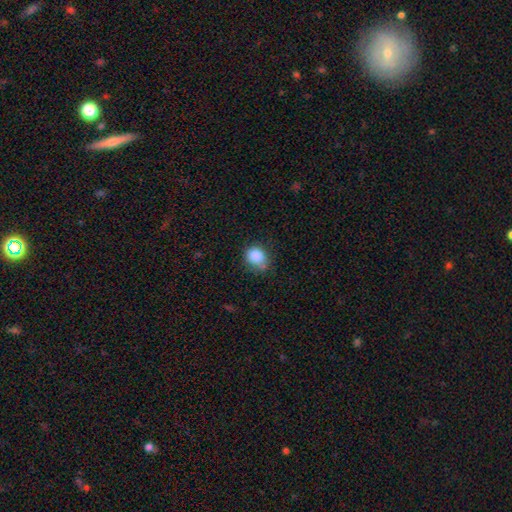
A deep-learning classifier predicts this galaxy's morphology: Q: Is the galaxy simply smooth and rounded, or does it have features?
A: smooth — 86%.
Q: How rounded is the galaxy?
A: round — 65%.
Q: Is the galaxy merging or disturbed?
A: none — 59%.